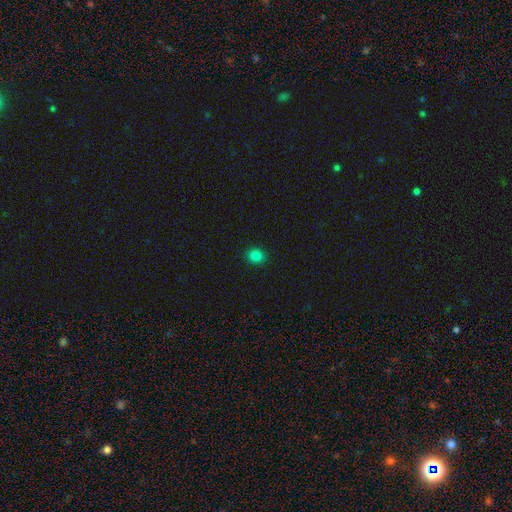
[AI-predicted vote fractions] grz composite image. It shows a smooth galaxy with no disk features (83%) that is round (76%). Merging: none (91%).